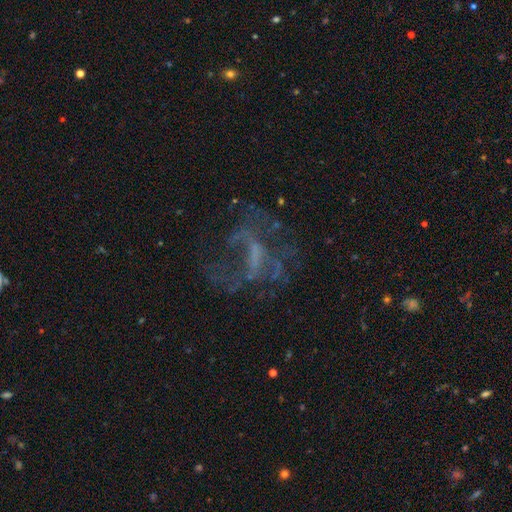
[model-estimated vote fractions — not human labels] smooth-or-featured: featured or disk: 60% | star or artifact: 25% | smooth: 15%
  disk-edge-on: no: 96% | yes: 4%
    bar: no: 57% | weak: 29% | strong: 14%
    has-spiral-arms: no: 65% | yes: 35%
    bulge-size: none: 61% | small: 22% | moderate: 13% | large: 3% | dominant: 1%
  merging: none: 44% | major disturbance: 38% | minor disturbance: 14% | merger: 4%